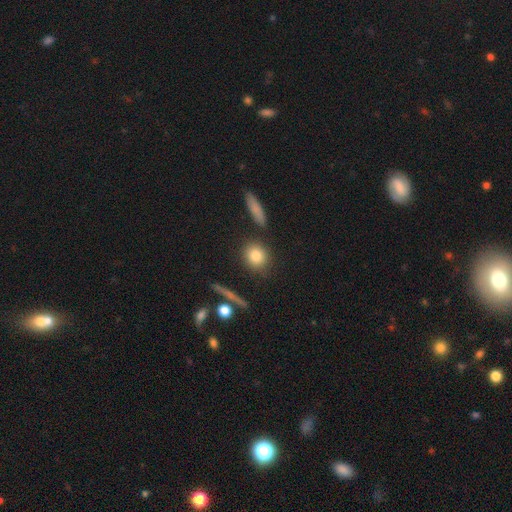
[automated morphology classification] The model was most divided on "how rounded": round: 79%, in between: 17%, cigar-shaped: 4%. More confident: merging — none (83%); smooth or featured — smooth (83%).